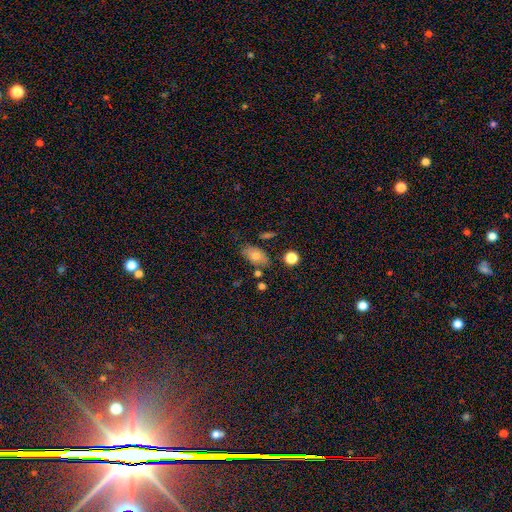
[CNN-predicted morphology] Q: Smooth or featured?
A: smooth (75%); runner-up: featured or disk (15%)
Q: How rounded?
A: in between (88%); runner-up: round (7%)
Q: Merging?
A: none (73%); runner-up: minor disturbance (17%)